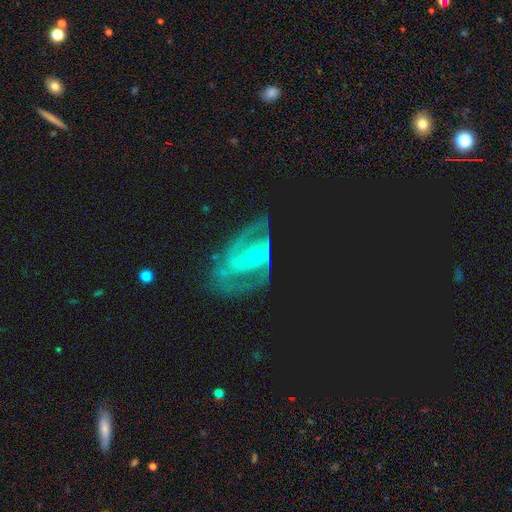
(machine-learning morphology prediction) This is likely a featured or disk galaxy (74%). It is clearly not viewed edge-on (94%). Bar: marginally weak (41%). Spiral arm pattern: clearly yes (82%). Spiral arm count: possibly 2 (54%). Spiral winding: possibly medium (45%). Central bulge: likely small (60%). Merging: possibly none (48%).